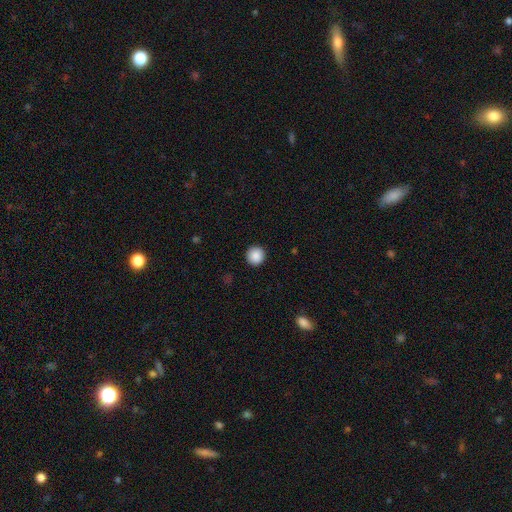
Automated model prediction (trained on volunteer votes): Smooth or featured? Predicted: smooth (p=0.89). How rounded? Predicted: round (p=0.95). Merging? Predicted: none (p=0.93).